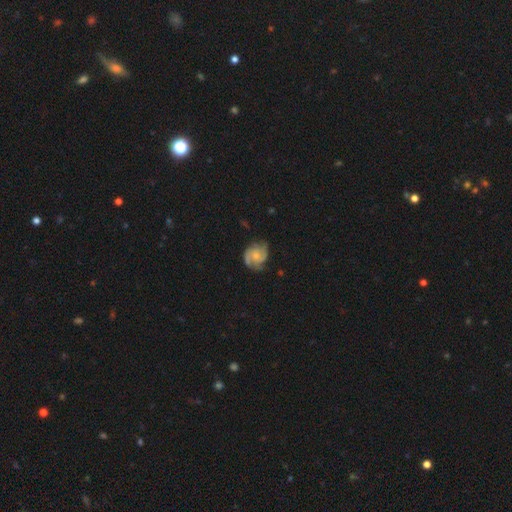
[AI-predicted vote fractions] smooth_or_featured: featured or disk (p=0.77) [alt: smooth p=0.17]
disk_edge_on: no (p=0.98) [alt: yes p=0.02]
bar: no (p=0.73) [alt: weak p=0.24]
has_spiral_arms: yes (p=0.95) [alt: no p=0.05]
spiral_winding: medium (p=0.46) [alt: tight p=0.40]
spiral_arm_count: 2 (p=0.57) [alt: 3 p=0.22]
bulge_size: small (p=0.54) [alt: moderate p=0.39]
merging: none (p=0.68) [alt: minor disturbance p=0.23]